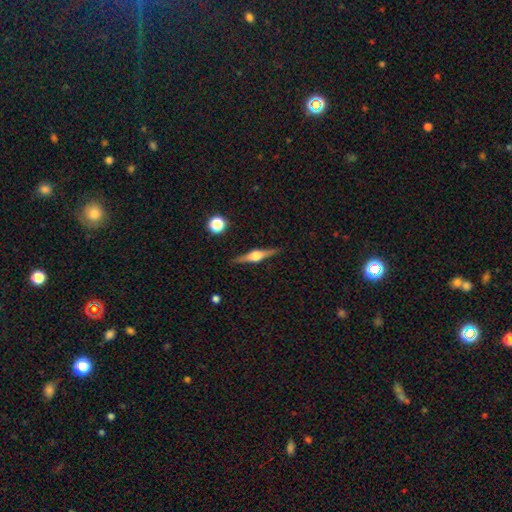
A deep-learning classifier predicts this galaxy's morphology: A featured or disk galaxy (80%) viewed edge-on (98%) with a rounded central bulge (92%). Merging: none (90%).